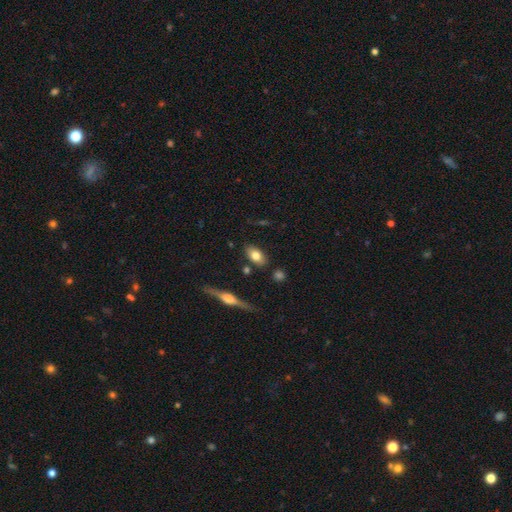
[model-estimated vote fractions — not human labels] This is likely a smooth galaxy (73%). How rounded: clearly in between (87%). Merging: clearly none (82%).